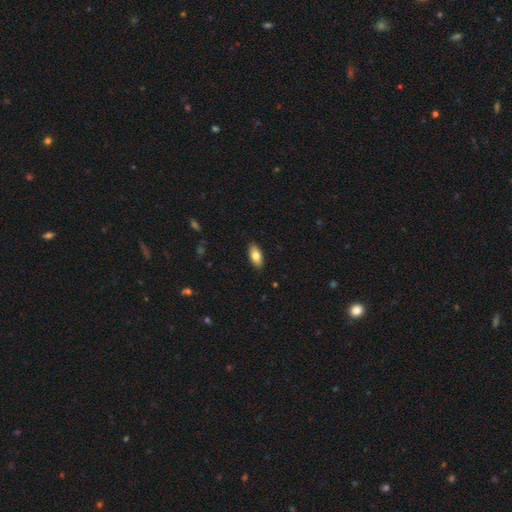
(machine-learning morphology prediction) smooth 79%, featured or disk 14%, star or artifact 6%. Down the decision tree: how rounded — in between (87%); merging — none (89%).